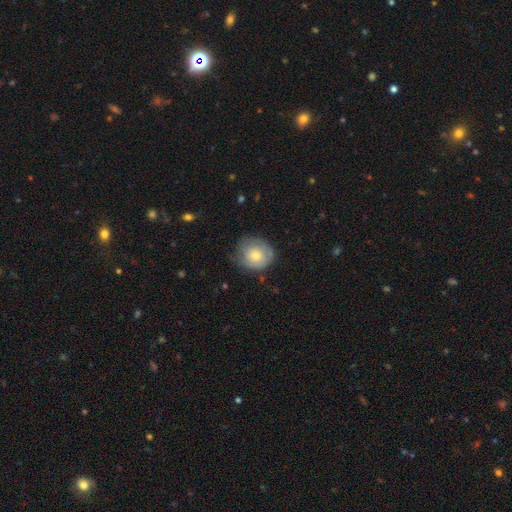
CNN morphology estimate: Smooth or featured? Predicted: smooth (p=0.72). How rounded? Predicted: round (p=0.82). Merging? Predicted: none (p=0.62).